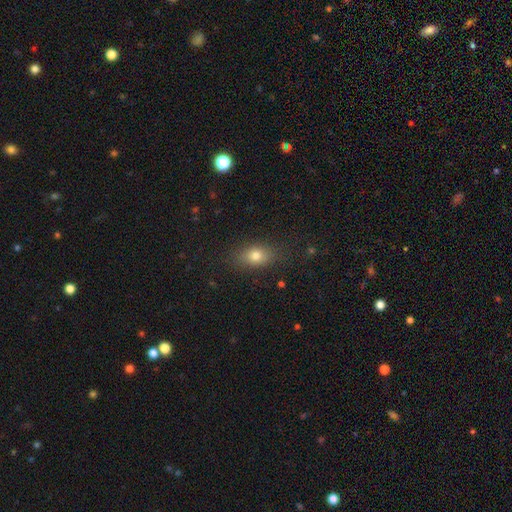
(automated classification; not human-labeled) Smooth or featured?
  - smooth: 78% *
  - star or artifact: 11%
  - featured or disk: 11%
How rounded?
  - in between: 75% *
  - round: 21%
  - cigar-shaped: 4%
Merging?
  - none: 81% *
  - minor disturbance: 13%
  - major disturbance: 5%
  - merger: 1%